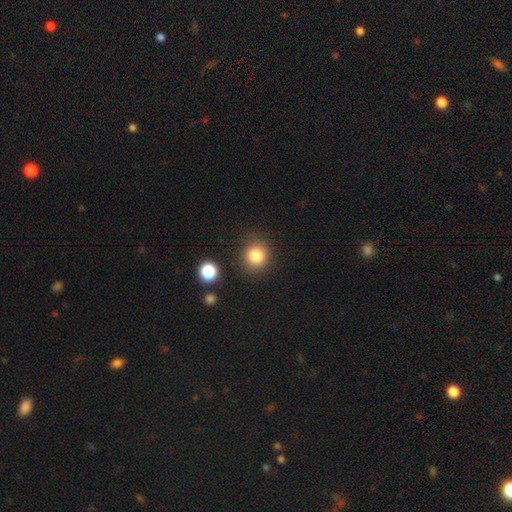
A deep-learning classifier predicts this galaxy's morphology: smooth_or_featured: smooth (p=0.83) [alt: star or artifact p=0.11]
how_rounded: round (p=0.84) [alt: in between p=0.15]
merging: none (p=0.83) [alt: minor disturbance p=0.11]